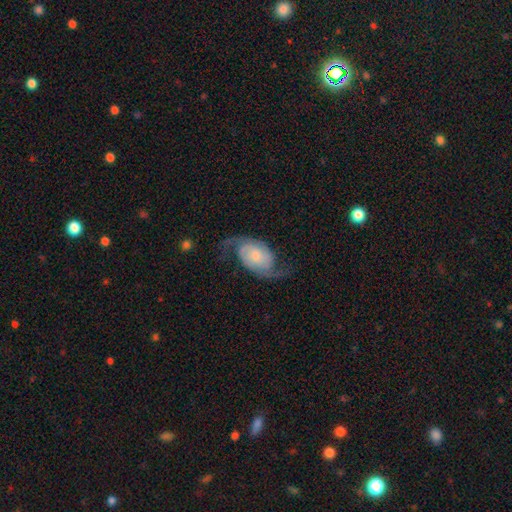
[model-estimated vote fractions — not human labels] Morphology: type=featured or disk (85%); edge-on=no (97%); bar=no (67%); spiral arms=yes (97%); winding=loose (51%); arm count=2 (93%); bulge=small (54%); merging=none (69%).